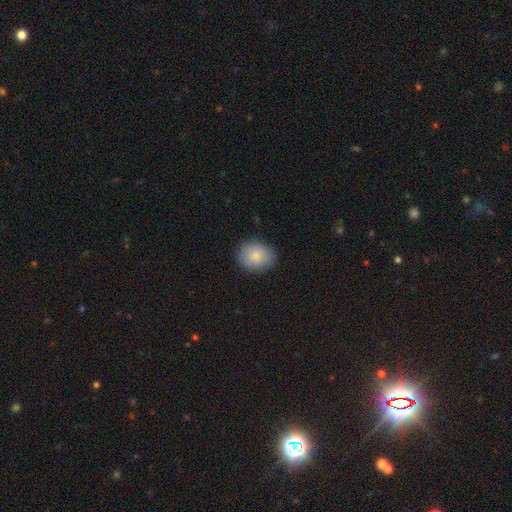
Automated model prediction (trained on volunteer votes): The model was most divided on "how rounded": round: 59%, in between: 40%, cigar-shaped: 1%. More confident: smooth or featured — smooth (85%); merging — none (85%).